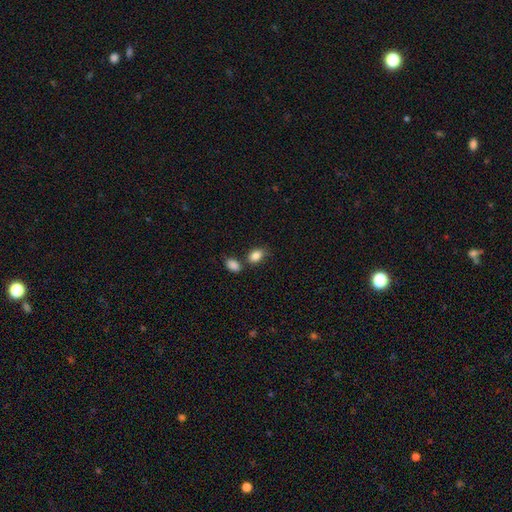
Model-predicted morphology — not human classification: smooth-or-featured: smooth: 85% | star or artifact: 9% | featured or disk: 6%
  how-rounded: in between: 80% | round: 19% | cigar-shaped: 1%
  merging: none: 60% | merger: 20% | minor disturbance: 16% | major disturbance: 4%